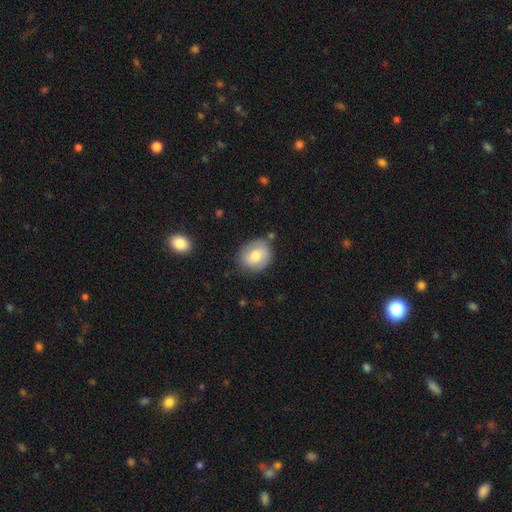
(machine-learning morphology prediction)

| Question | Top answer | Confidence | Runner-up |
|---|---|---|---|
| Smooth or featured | smooth | 66% | featured or disk (27%) |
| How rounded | round | 64% | in between (35%) |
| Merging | none | 74% | minor disturbance (18%) |